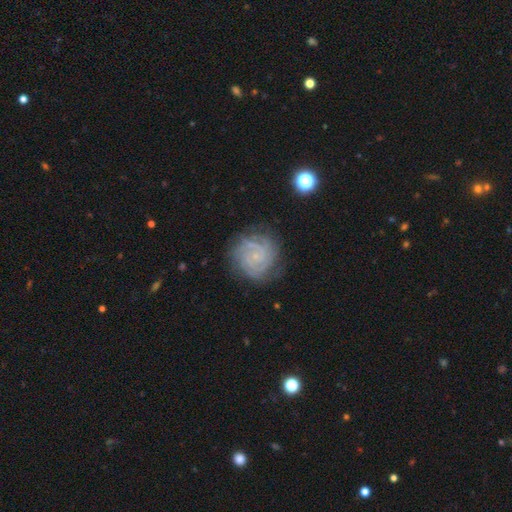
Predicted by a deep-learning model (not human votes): Smooth or featured?
  - featured or disk: 81% *
  - smooth: 11%
  - star or artifact: 8%
Edge-on disk?
  - no: 98% *
  - yes: 2%
Bar?
  - no: 74% *
  - weak: 21%
  - strong: 4%
Spiral arms?
  - yes: 96% *
  - no: 4%
Spiral winding?
  - tight: 77% *
  - medium: 20%
  - loose: 4%
Spiral arm count?
  - can't tell: 27% *
  - 3: 22%
  - 4: 18%
  - 2: 18%
  - more than 4: 8%
  - 1: 7%
Bulge size?
  - small: 80% *
  - none: 11%
  - moderate: 8%
  - large: 1%
  - dominant: 1%
Merging?
  - none: 77% *
  - minor disturbance: 16%
  - major disturbance: 6%
  - merger: 1%